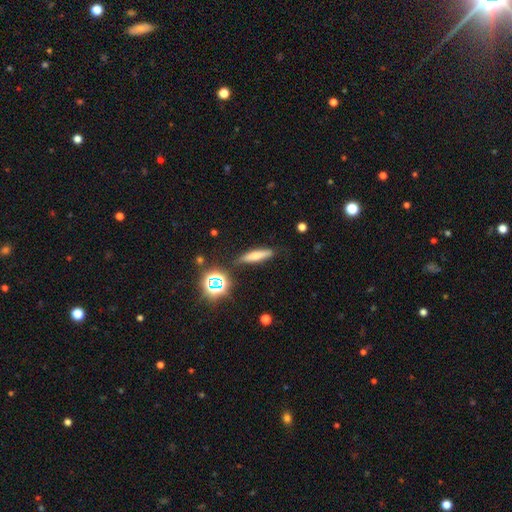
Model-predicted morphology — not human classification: Smooth or featured? smooth (58%)
How rounded? cigar-shaped (79%)
Merging? none (83%)